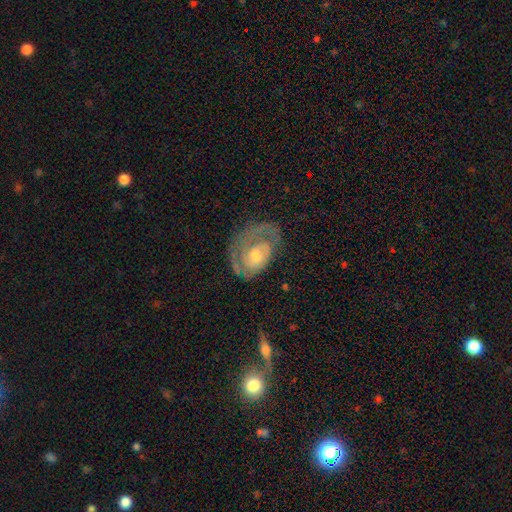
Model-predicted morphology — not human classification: type=featured or disk (79%); edge-on=no (97%); bar=no (72%); spiral arms=yes (89%); winding=tight (61%); arm count=1 (47%); bulge=moderate (57%); merging=none (58%).